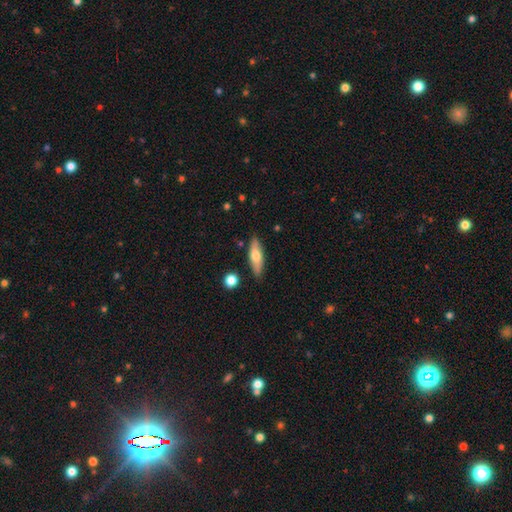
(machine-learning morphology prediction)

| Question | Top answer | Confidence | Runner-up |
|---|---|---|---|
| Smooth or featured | smooth | 62% | featured or disk (32%) |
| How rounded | cigar-shaped | 51% | in between (46%) |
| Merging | none | 84% | minor disturbance (11%) |